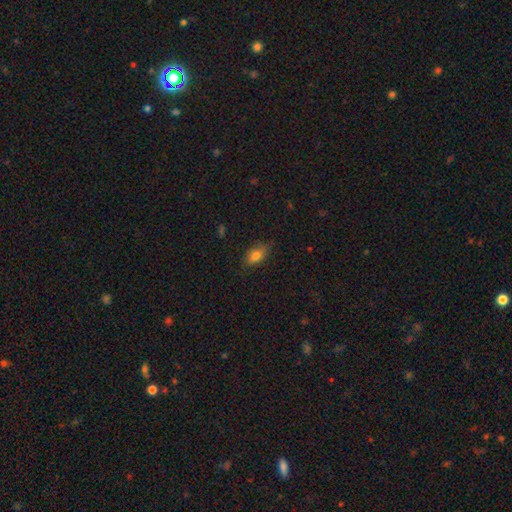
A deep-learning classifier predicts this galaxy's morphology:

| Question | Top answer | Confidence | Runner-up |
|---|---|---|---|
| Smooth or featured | smooth | 77% | featured or disk (14%) |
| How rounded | in between | 85% | round (8%) |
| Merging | none | 74% | minor disturbance (21%) |